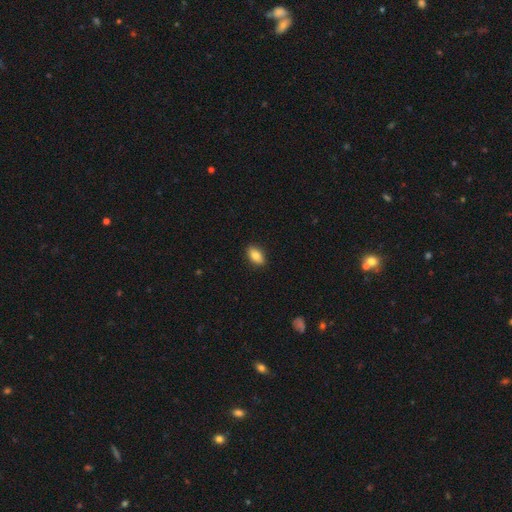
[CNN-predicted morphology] Smooth or featured? Predicted: smooth (p=0.85). How rounded? Predicted: in between (p=0.90). Merging? Predicted: none (p=0.89).